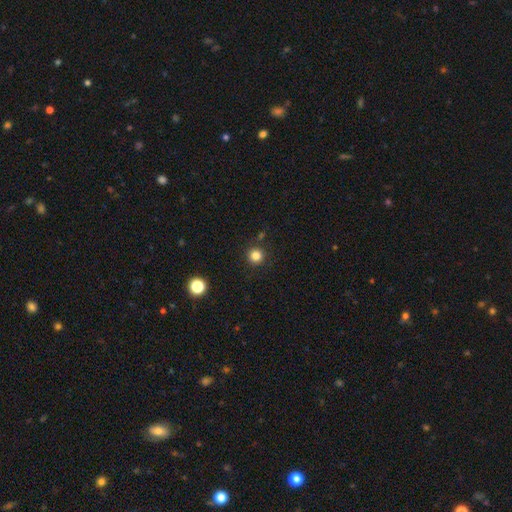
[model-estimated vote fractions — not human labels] smooth-or-featured: smooth: 83% | star or artifact: 13% | featured or disk: 5%
  how-rounded: round: 95% | in between: 4% | cigar-shaped: 1%
  merging: none: 90% | minor disturbance: 6% | merger: 3% | major disturbance: 2%